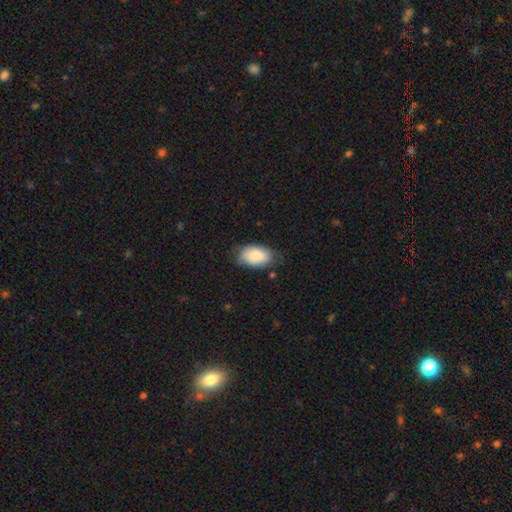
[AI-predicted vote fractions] Smooth or featured? smooth (82%)
How rounded? in between (94%)
Merging? none (68%)